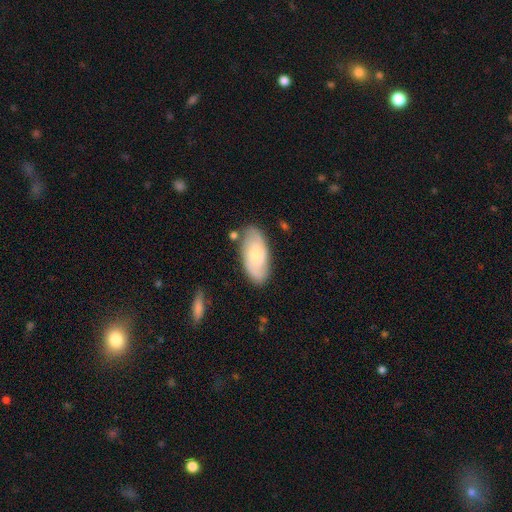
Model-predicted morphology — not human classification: Smooth or featured?
  - featured or disk: 49% *
  - smooth: 45%
  - star or artifact: 6%
Merging?
  - none: 78% *
  - minor disturbance: 15%
  - merger: 4%
  - major disturbance: 3%